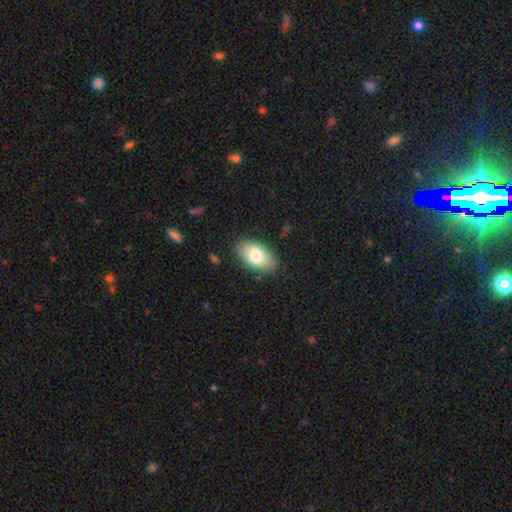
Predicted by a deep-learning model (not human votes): Smooth or featured? Predicted: smooth (p=0.78). How rounded? Predicted: in between (p=0.93). Merging? Predicted: none (p=0.85).